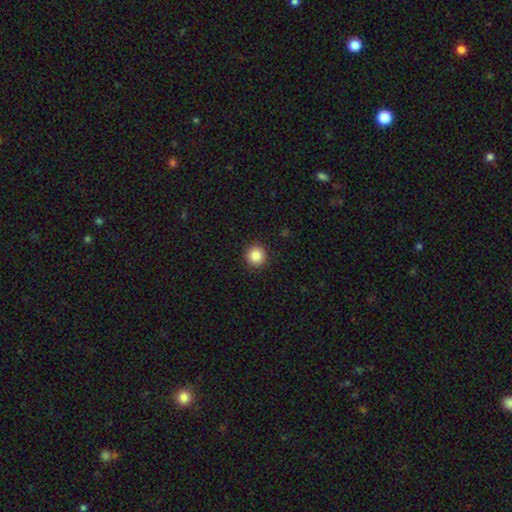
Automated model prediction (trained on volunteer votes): A smooth galaxy with no disk features (86%) that is round (95%).

Vote fractions:
- Smooth or featured? smooth: 86% / star or artifact: 10% / featured or disk: 5%
- How rounded? round: 95% / in between: 4% / cigar-shaped: 1%
- Merging? none: 93% / minor disturbance: 5% / major disturbance: 2% / merger: 1%